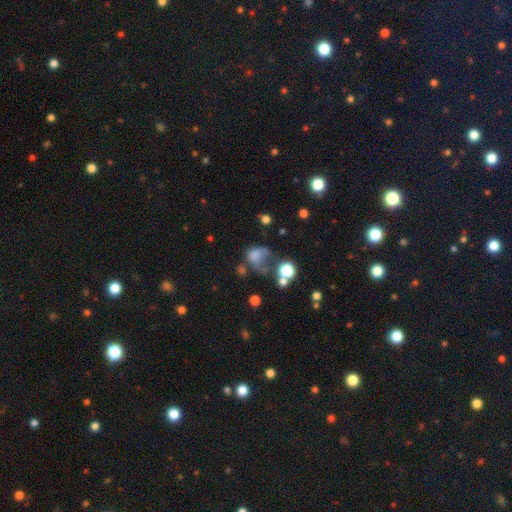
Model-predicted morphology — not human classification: A smooth galaxy with no disk features (60%) that is in between round and cigar-shaped (50%). Merging: major disturbance (45%).